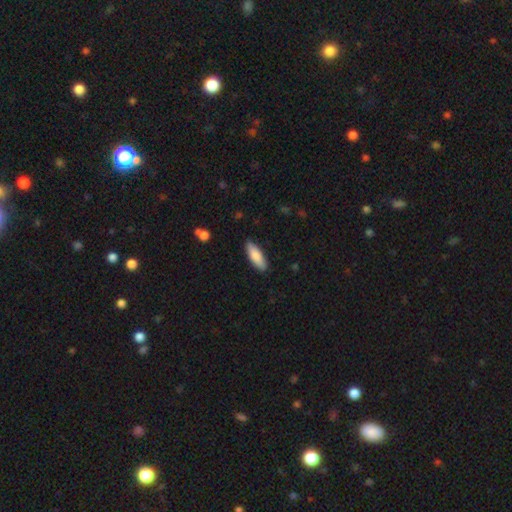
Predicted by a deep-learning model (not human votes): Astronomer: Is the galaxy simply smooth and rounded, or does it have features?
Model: smooth — 82%.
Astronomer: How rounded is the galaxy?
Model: in between — 56% (runner-up: cigar-shaped, 42%).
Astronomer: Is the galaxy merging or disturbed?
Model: none — 88%.